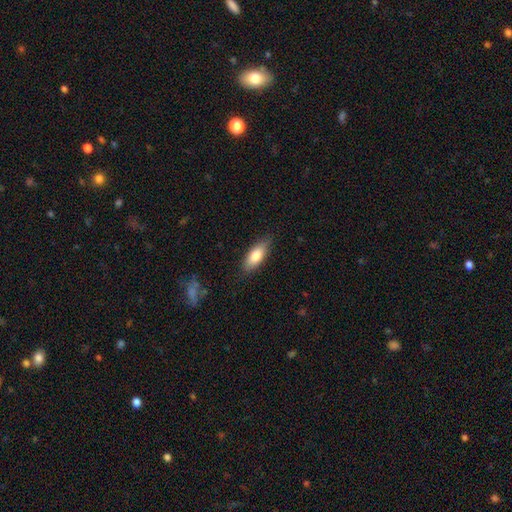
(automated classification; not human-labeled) A smooth galaxy with no disk features (80%) that is in between round and cigar-shaped (73%).

Vote fractions:
- Smooth or featured? smooth: 80% / featured or disk: 14% / star or artifact: 6%
- How rounded? in between: 73% / cigar-shaped: 25% / round: 2%
- Merging? none: 82% / minor disturbance: 14% / major disturbance: 3% / merger: 1%